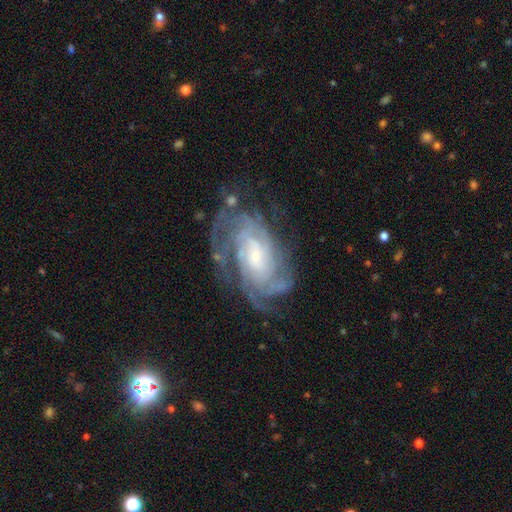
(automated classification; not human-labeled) Smooth or featured? Predicted: featured or disk (p=0.87). Edge-on disk? Predicted: no (p=0.96). Bar? Predicted: no (p=0.53). Spiral arms? Predicted: yes (p=0.97). Spiral winding? Predicted: tight (p=0.69). Spiral arm count? Predicted: can't tell (p=0.32). Bulge size? Predicted: small (p=0.55). Merging? Predicted: none (p=0.67).